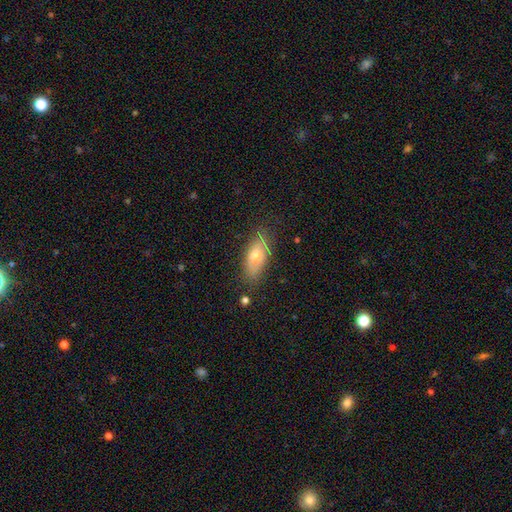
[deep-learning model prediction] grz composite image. It shows a smooth galaxy with no disk features (58%) that is in between round and cigar-shaped (76%). Merging: none (75%).